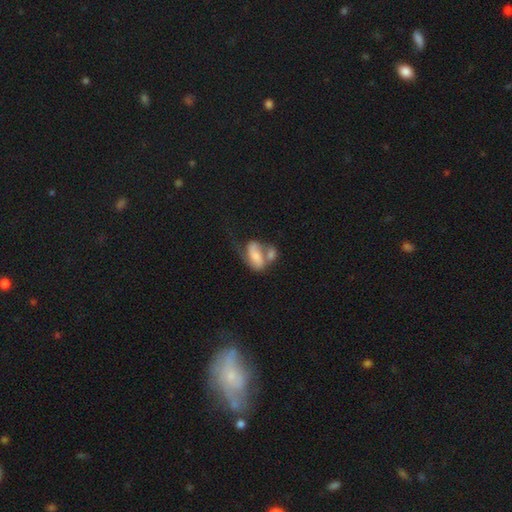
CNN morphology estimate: smooth-or-featured: featured or disk: 46% (tied) | smooth: 46% (tied) | star or artifact: 8%
  merging: merger: 55% | major disturbance: 19% | none: 15% | minor disturbance: 11%